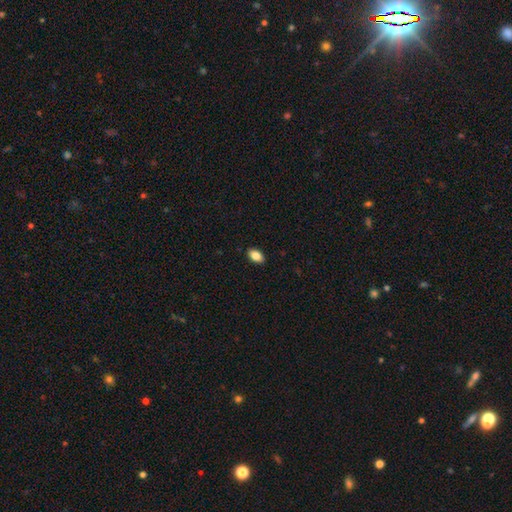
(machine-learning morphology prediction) Q: Smooth or featured?
A: smooth (85%); runner-up: star or artifact (8%)
Q: How rounded?
A: in between (91%); runner-up: round (7%)
Q: Merging?
A: none (89%); runner-up: minor disturbance (8%)